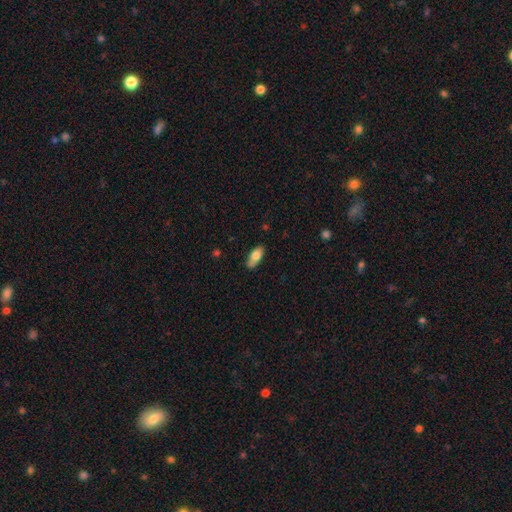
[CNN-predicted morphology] A smooth galaxy with no disk features (76%) that is in between round and cigar-shaped (84%). Merging: none (72%).